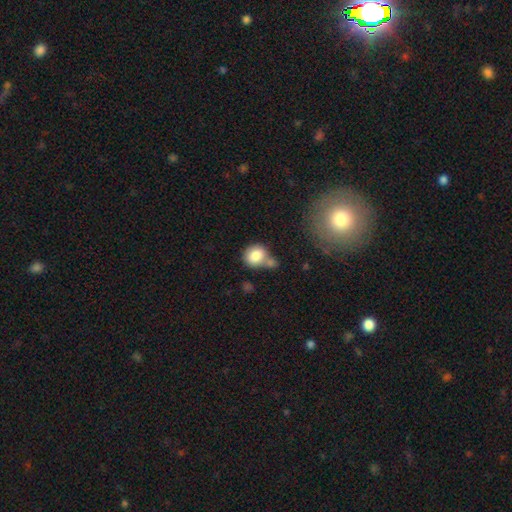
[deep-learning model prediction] Morphology: type=smooth (83%); roundness=round (70%); merging=none (41%).